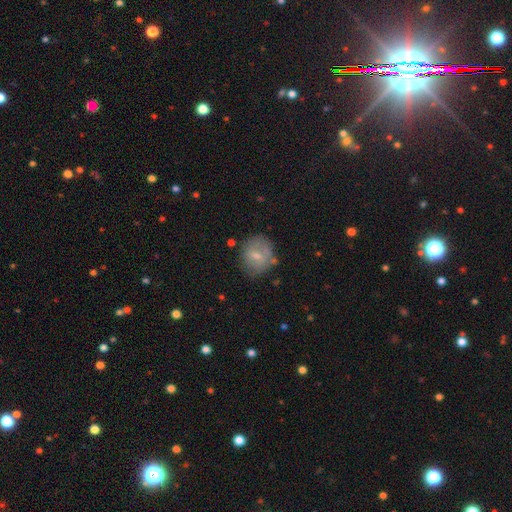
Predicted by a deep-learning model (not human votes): This is possibly a smooth galaxy (57%). How rounded: likely round (69%). Merging: likely none (70%).